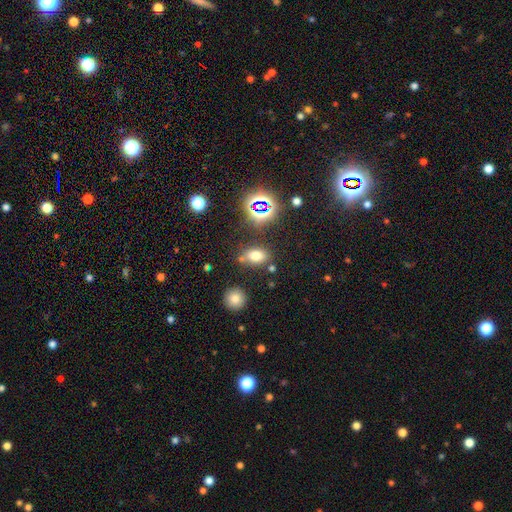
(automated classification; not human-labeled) smooth_or_featured: smooth (p=0.68) [alt: star or artifact p=0.22]
how_rounded: in between (p=0.80) [alt: round p=0.18]
merging: none (p=0.73) [alt: minor disturbance p=0.13]